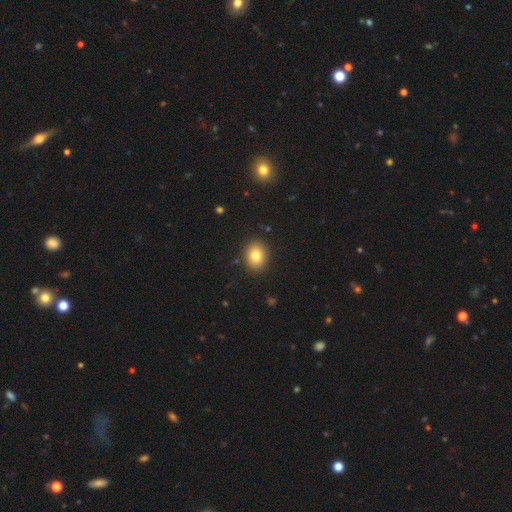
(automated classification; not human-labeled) smooth_or_featured: smooth (p=0.81) [alt: star or artifact p=0.10]
how_rounded: round (p=0.52) [alt: in between p=0.47]
merging: none (p=0.89) [alt: minor disturbance p=0.07]